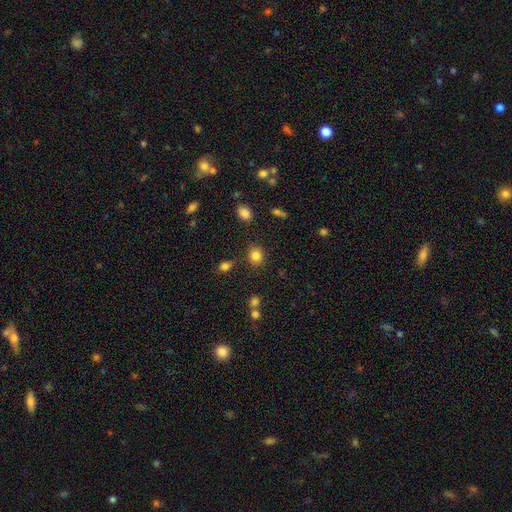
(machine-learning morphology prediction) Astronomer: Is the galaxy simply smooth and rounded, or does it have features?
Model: smooth — 83%.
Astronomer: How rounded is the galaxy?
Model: round — 68%.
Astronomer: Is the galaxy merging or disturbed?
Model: none — 82%.